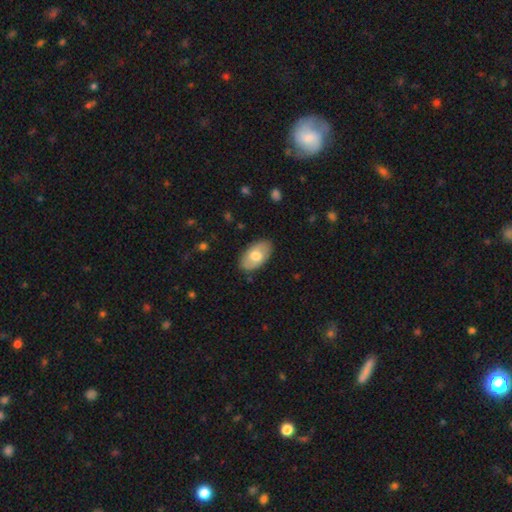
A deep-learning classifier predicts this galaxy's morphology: smooth-or-featured: smooth: 67% | featured or disk: 28% | star or artifact: 6%
  how-rounded: in between: 94% | round: 4% | cigar-shaped: 1%
  merging: none: 85% | minor disturbance: 12% | major disturbance: 2% | merger: 1%